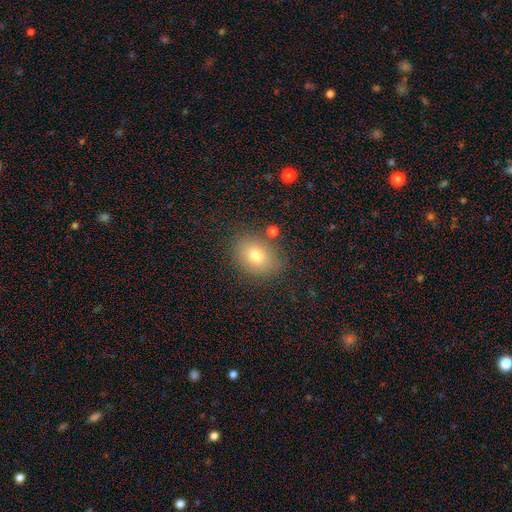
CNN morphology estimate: A smooth galaxy with no disk features (75%) that is in between round and cigar-shaped (59%). Merging: none (81%).